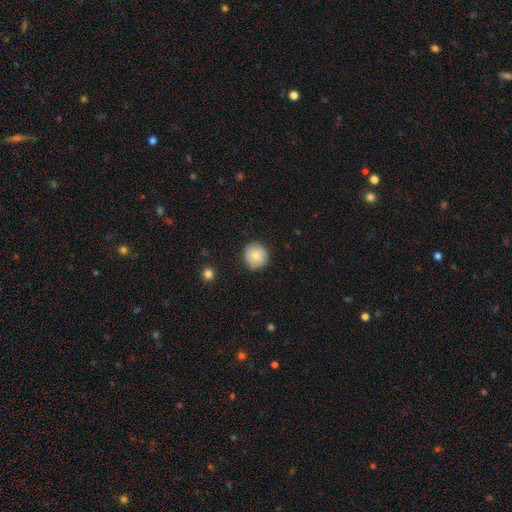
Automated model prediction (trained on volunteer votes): smooth_or_featured: smooth (p=0.80) [alt: featured or disk p=0.12]
how_rounded: round (p=0.93) [alt: in between p=0.06]
merging: none (p=0.86) [alt: minor disturbance p=0.11]